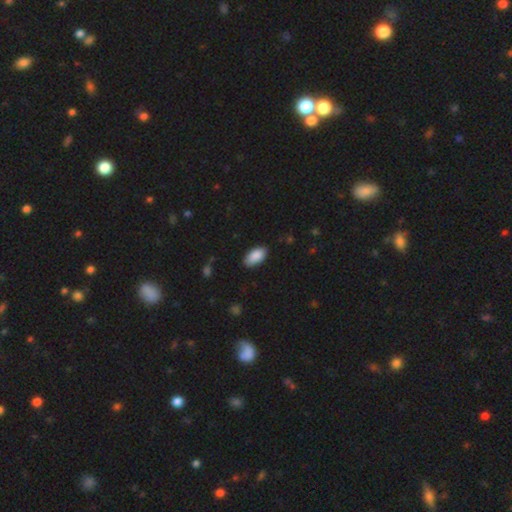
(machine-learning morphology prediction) smooth-or-featured: smooth: 90% | star or artifact: 6% | featured or disk: 4%
  how-rounded: in between: 94% | cigar-shaped: 3% | round: 2%
  merging: none: 86% | minor disturbance: 11% | major disturbance: 2% | merger: 1%